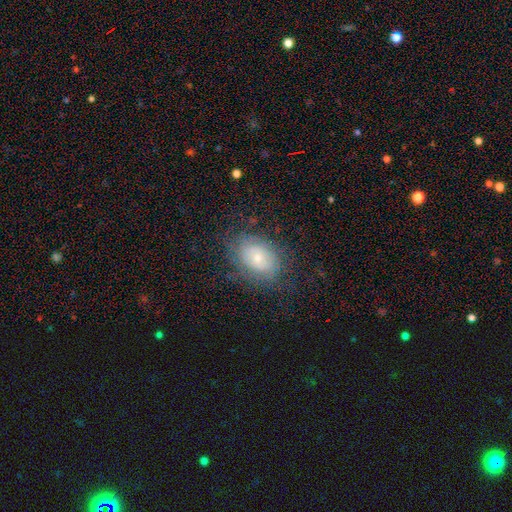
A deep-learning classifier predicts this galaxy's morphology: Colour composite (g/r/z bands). It shows a featured or disk galaxy (44%). Merging: none (73%).